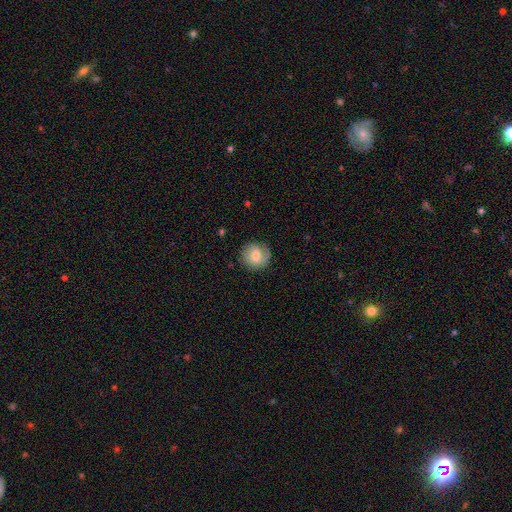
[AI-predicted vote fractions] The model was most divided on "smooth or featured": smooth: 54%, featured or disk: 39%, star or artifact: 8%. More confident: how rounded — round (90%); merging — none (77%).